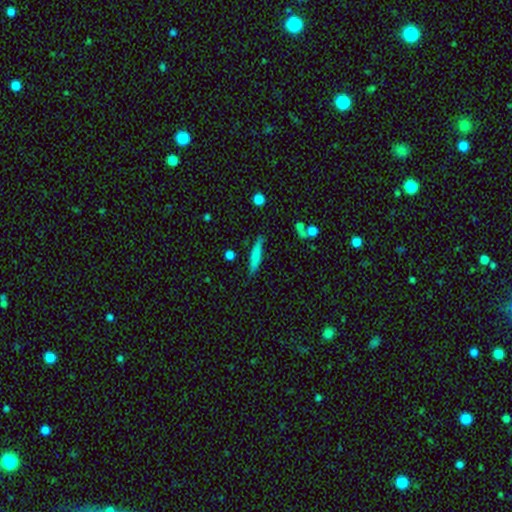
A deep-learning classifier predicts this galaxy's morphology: This is likely a smooth galaxy (72%). How rounded: clearly cigar-shaped (87%). Merging: likely none (79%).